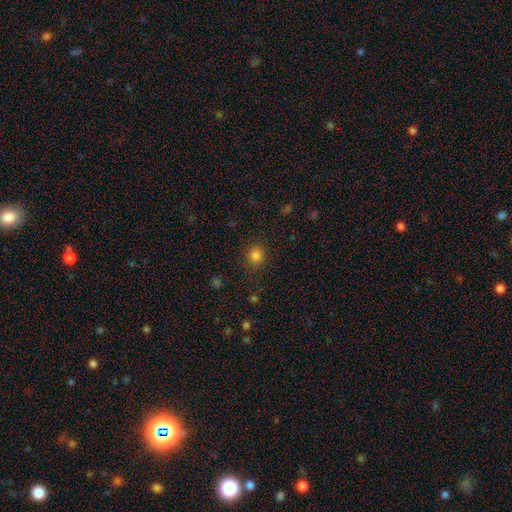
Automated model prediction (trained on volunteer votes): A smooth galaxy with no disk features (82%) that is round (85%). Merging: none (86%).